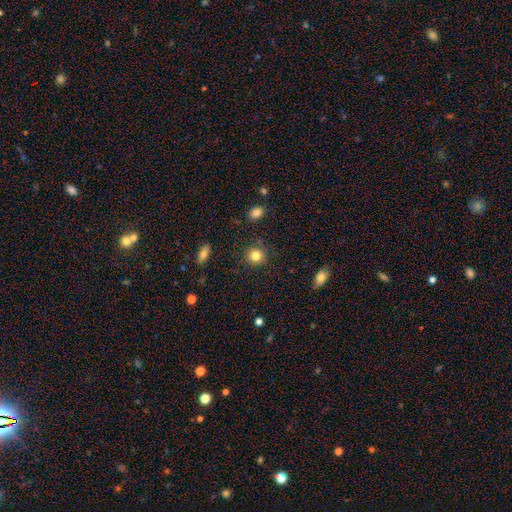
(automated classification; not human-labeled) smooth-or-featured: smooth: 83% | star or artifact: 11% | featured or disk: 6%
  how-rounded: round: 89% | in between: 10% | cigar-shaped: 1%
  merging: none: 88% | minor disturbance: 8% | major disturbance: 2% | merger: 2%